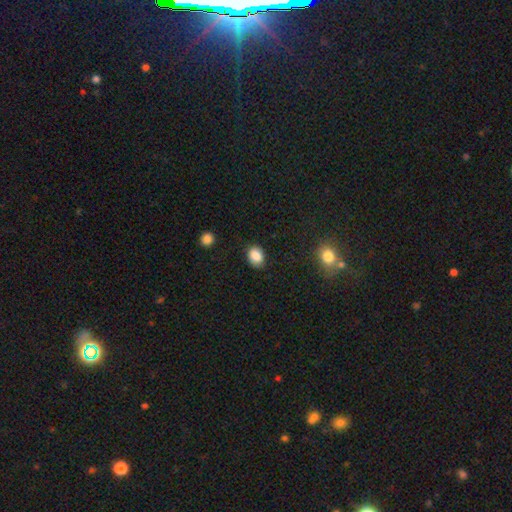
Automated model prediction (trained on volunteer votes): Morphology: type=smooth (86%); roundness=in between (64%); merging=none (83%).